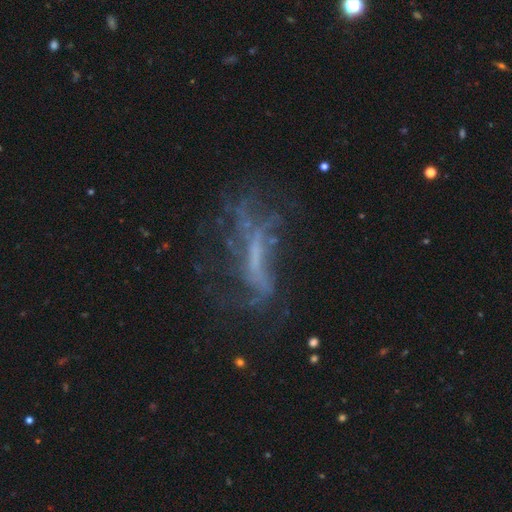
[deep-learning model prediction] Smooth or featured: featured or disk — 64% (star or artifact — 19%)
Edge-on disk: no — 77% (yes — 23%)
Merging: none — 44% (major disturbance — 32%)